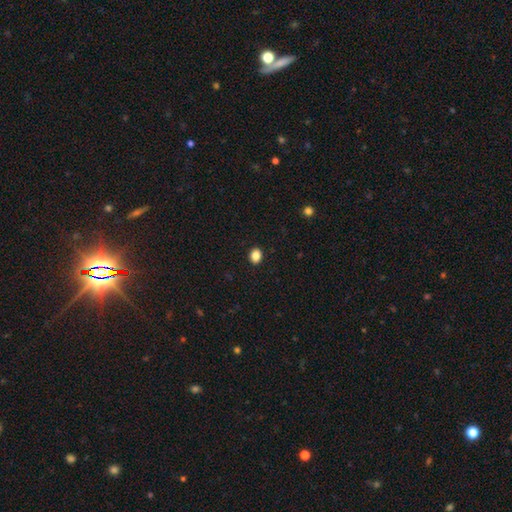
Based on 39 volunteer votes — Smooth or featured: smooth — 87% (star or artifact — 8%)
How rounded: round — 71% (in between — 29%)
Merging: none — 92% (minor disturbance — 6%)